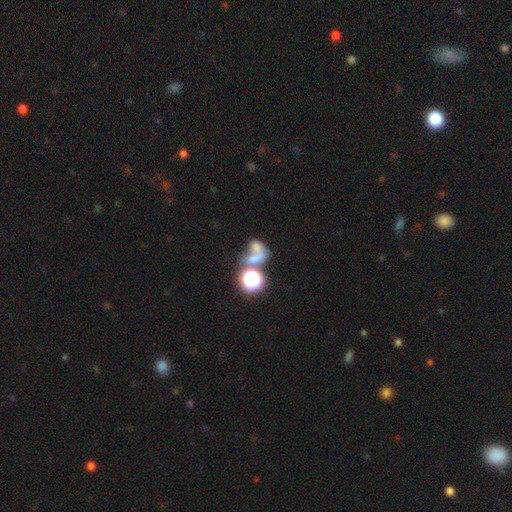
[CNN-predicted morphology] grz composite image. It shows a smooth galaxy with no disk features (52%) that is in between round and cigar-shaped (51%). Merging: merger (56%).